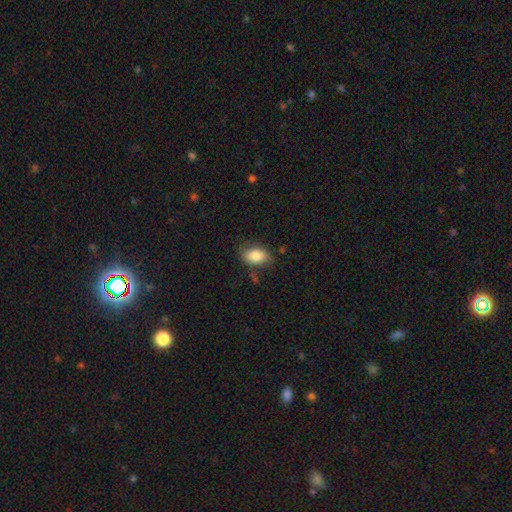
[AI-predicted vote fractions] This is clearly a smooth galaxy (84%). How rounded: clearly in between (89%). Merging: likely none (74%).